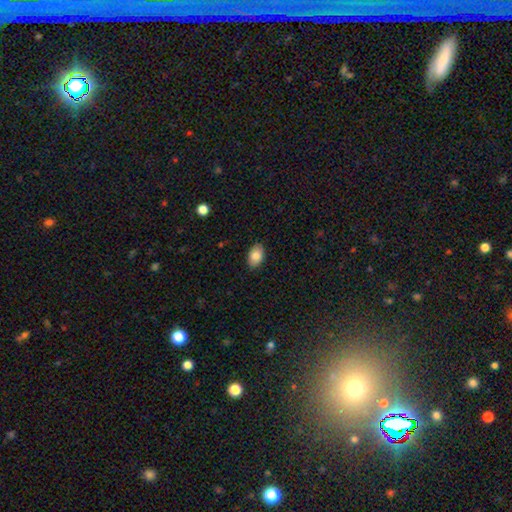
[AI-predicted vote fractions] This is clearly a smooth galaxy (84%). How rounded: clearly in between (89%). Merging: clearly none (87%).